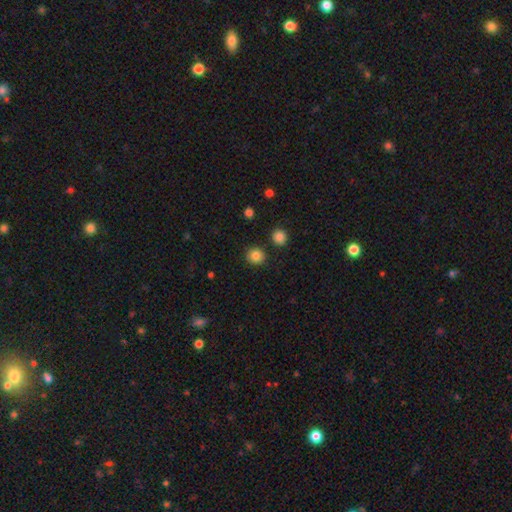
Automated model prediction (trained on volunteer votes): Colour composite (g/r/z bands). It shows a smooth galaxy with no disk features (85%) that is round (90%). Merging: none (89%).